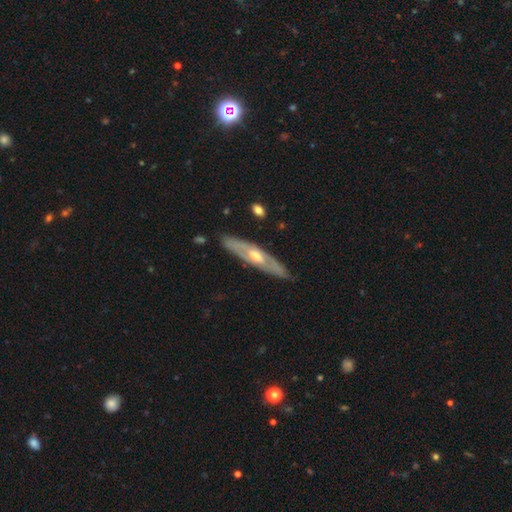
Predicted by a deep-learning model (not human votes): Q: Smooth or featured?
A: featured or disk (72%); runner-up: smooth (23%)
Q: Edge-on disk?
A: yes (52%); runner-up: no (48%)
Q: Merging?
A: none (82%); runner-up: minor disturbance (13%)